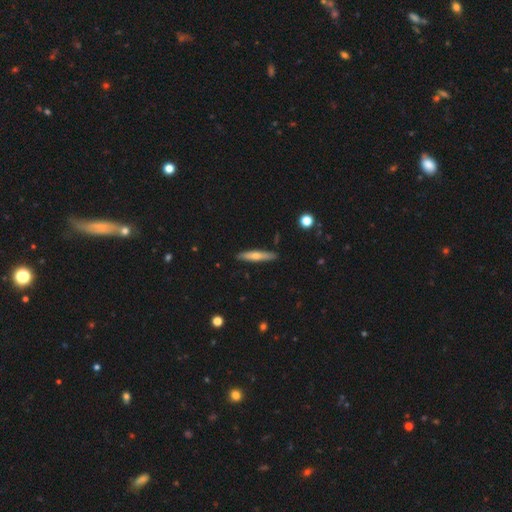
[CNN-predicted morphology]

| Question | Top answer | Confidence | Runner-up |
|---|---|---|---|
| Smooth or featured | smooth | 57% | featured or disk (38%) |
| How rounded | cigar-shaped | 89% | in between (9%) |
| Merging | none | 87% | minor disturbance (9%) |